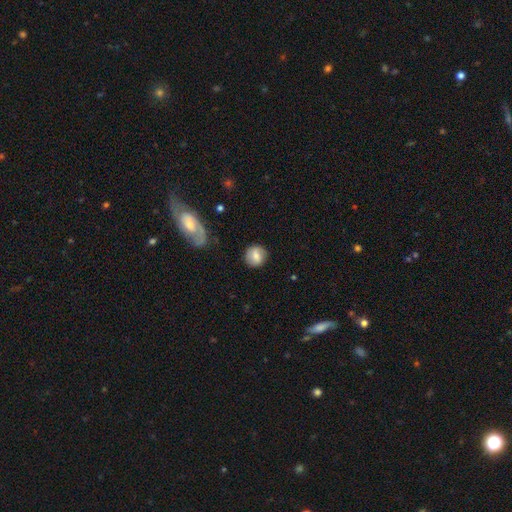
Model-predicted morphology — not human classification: smooth 75%, featured or disk 17%, star or artifact 8%. Down the decision tree: how rounded — round (86%); merging — none (84%).